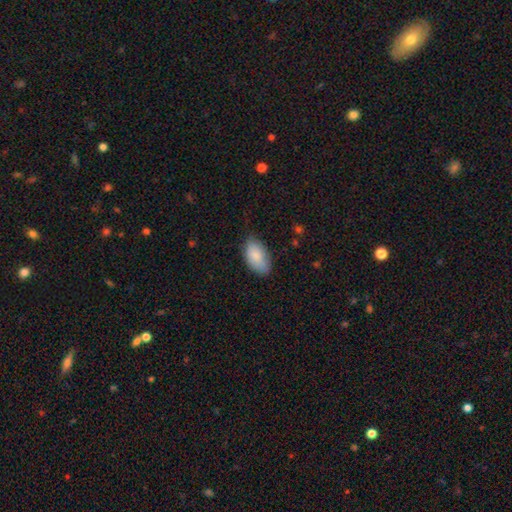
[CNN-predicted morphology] Smooth or featured? smooth (86%)
How rounded? in between (94%)
Merging? none (72%)